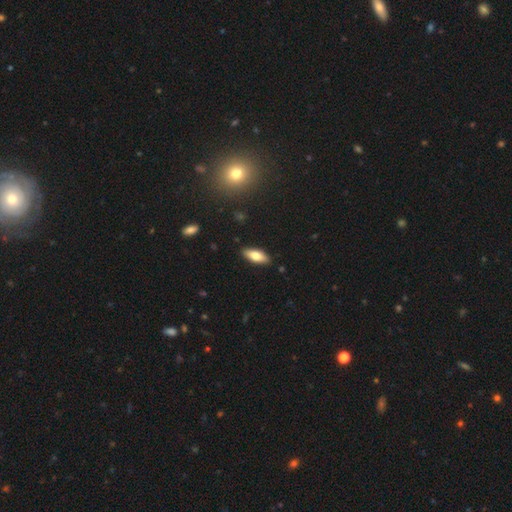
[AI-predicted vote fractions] Smooth or featured?
  - smooth: 74% *
  - featured or disk: 20%
  - star or artifact: 7%
How rounded?
  - in between: 73% *
  - cigar-shaped: 25%
  - round: 2%
Merging?
  - none: 87% *
  - minor disturbance: 9%
  - major disturbance: 2%
  - merger: 1%